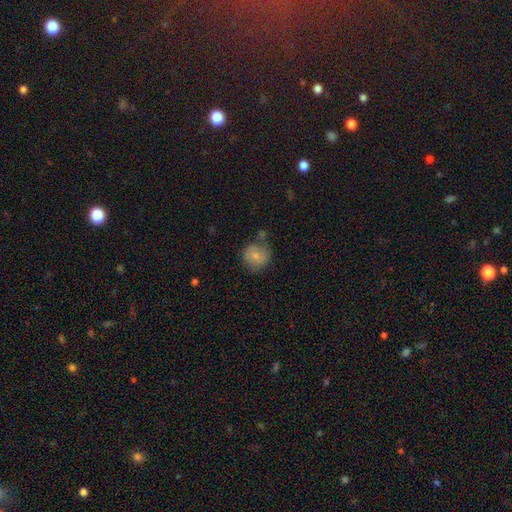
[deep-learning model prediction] The model was most divided on "merging": none: 63%, minor disturbance: 20%, merger: 12%, major disturbance: 6%. More confident: how rounded — round (87%); smooth or featured — smooth (74%).